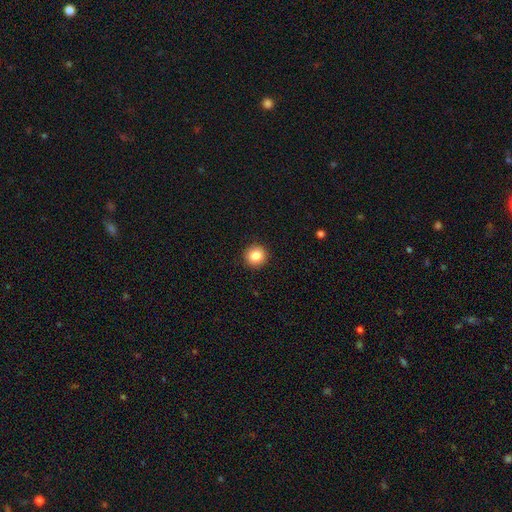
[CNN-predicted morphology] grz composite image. It shows a smooth galaxy with no disk features (86%) that is round (93%). Merging: none (92%).